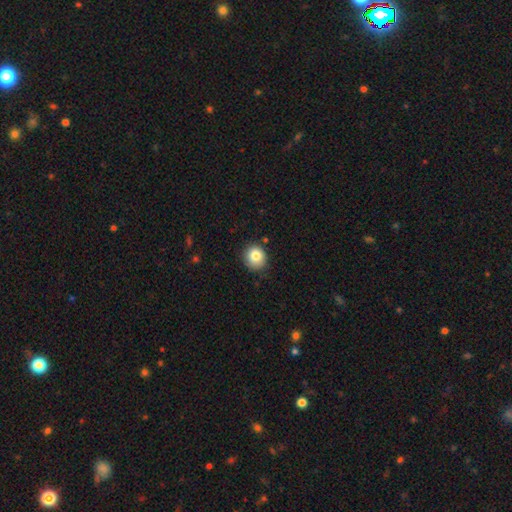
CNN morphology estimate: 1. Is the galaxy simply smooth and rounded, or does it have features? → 82% smooth, 10% star or artifact, 8% featured or disk.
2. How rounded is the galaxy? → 82% round, 17% in between, 1% cigar-shaped.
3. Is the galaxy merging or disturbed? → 82% none, 13% minor disturbance, 3% major disturbance, 2% merger.